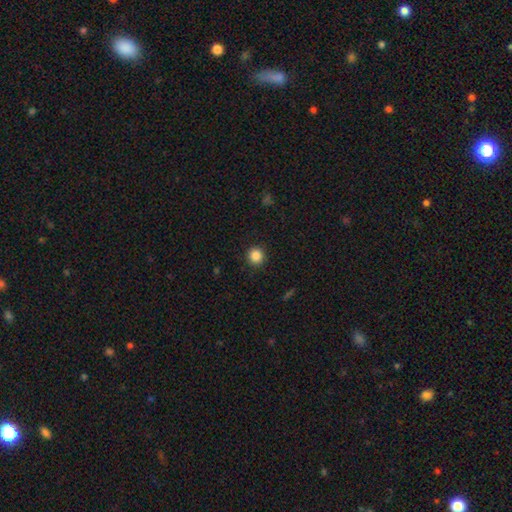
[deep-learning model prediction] smooth 86%, star or artifact 10%, featured or disk 3%. Down the decision tree: how rounded — round (95%); merging — none (92%).